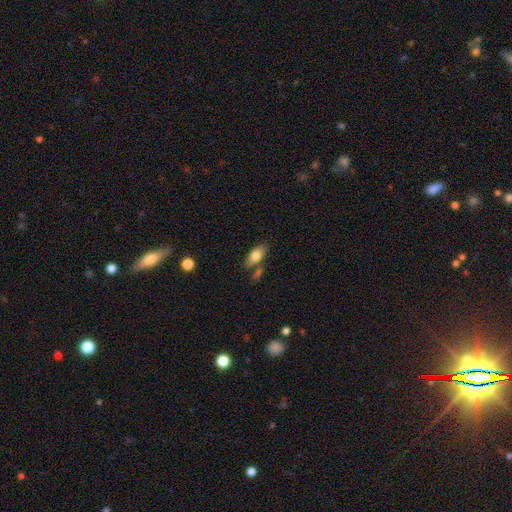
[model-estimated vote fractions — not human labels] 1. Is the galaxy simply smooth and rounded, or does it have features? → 77% smooth, 16% featured or disk, 7% star or artifact.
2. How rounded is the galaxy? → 86% in between, 11% cigar-shaped, 3% round.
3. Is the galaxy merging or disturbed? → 65% none, 16% merger, 15% minor disturbance, 4% major disturbance.